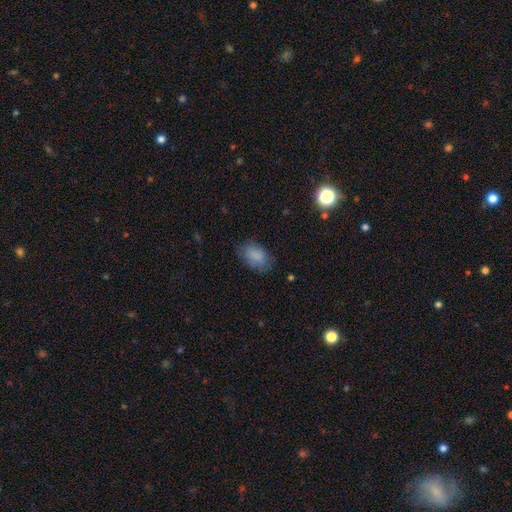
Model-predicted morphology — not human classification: This appears to be a smooth galaxy with no disk features (85%) that is in between round and cigar-shaped (91%). Merging: none (72%).